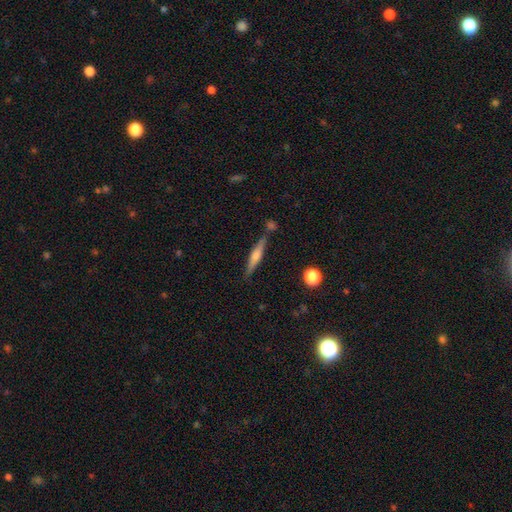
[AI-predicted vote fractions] Overall: featured or disk (61%; smooth 31%). Edge-on disk: yes (97%). Edge-on bulge: rounded (70%). Merging: none (83%).